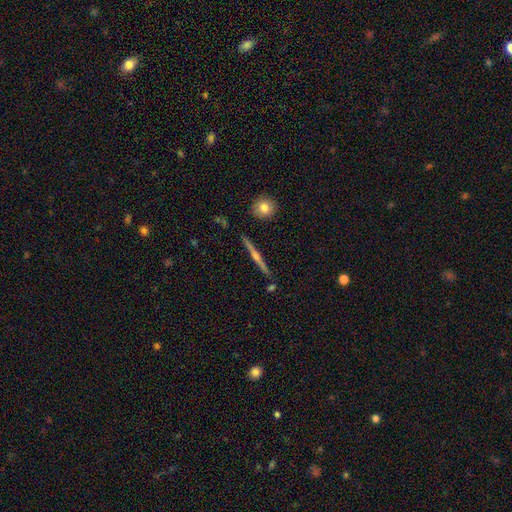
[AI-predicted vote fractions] smooth_or_featured: featured or disk (p=0.74) [alt: smooth p=0.19]
disk_edge_on: yes (p=0.98) [alt: no p=0.02]
edge_on_bulge: rounded (p=0.80) [alt: none p=0.14]
merging: none (p=0.90) [alt: minor disturbance p=0.06]